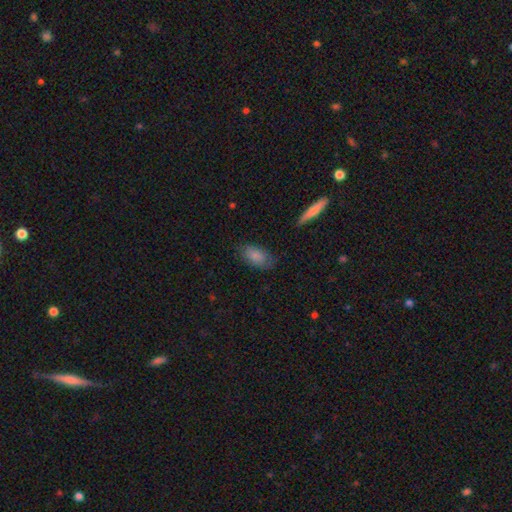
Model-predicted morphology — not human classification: type=smooth (83%); roundness=in between (93%); merging=none (74%).